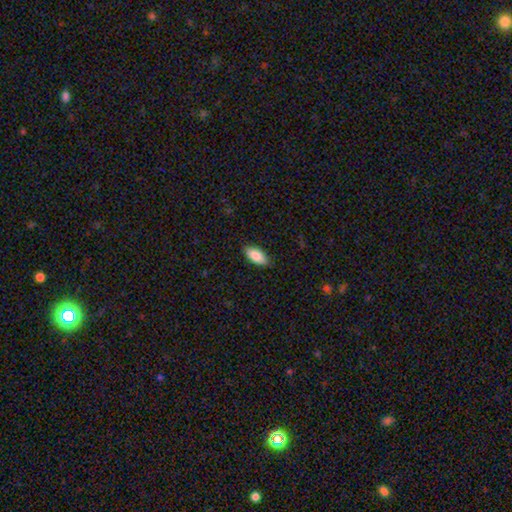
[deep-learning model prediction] smooth-or-featured: smooth: 85% | featured or disk: 8% | star or artifact: 6%
  how-rounded: in between: 90% | cigar-shaped: 8% | round: 2%
  merging: none: 87% | minor disturbance: 10% | major disturbance: 2% | merger: 1%